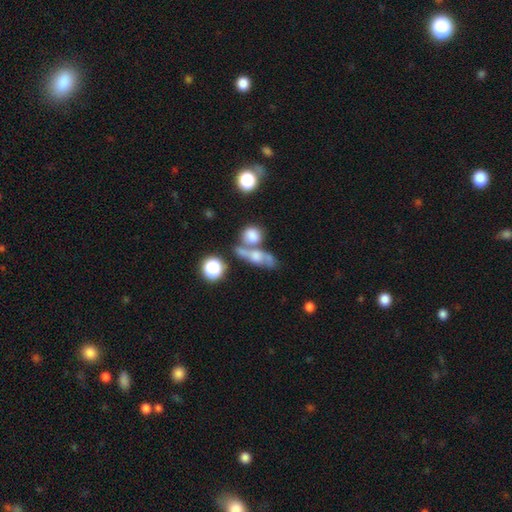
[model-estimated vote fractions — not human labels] Smooth or featured: smooth — 45% (featured or disk — 38%)
Merging: none — 40% (merger — 37%)